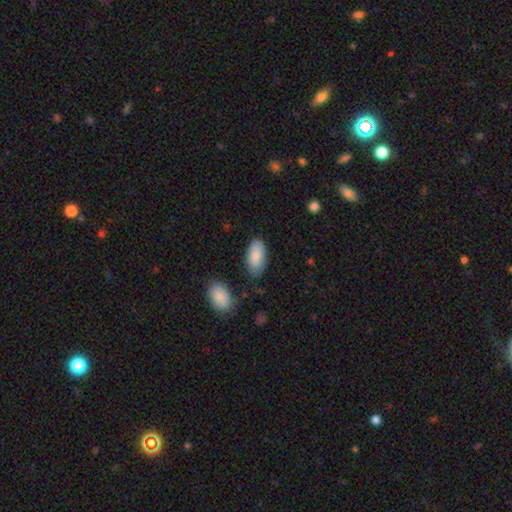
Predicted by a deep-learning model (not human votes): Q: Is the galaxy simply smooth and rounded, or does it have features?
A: smooth — 87%.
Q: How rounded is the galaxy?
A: in between — 94%.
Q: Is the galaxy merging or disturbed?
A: none — 76%.